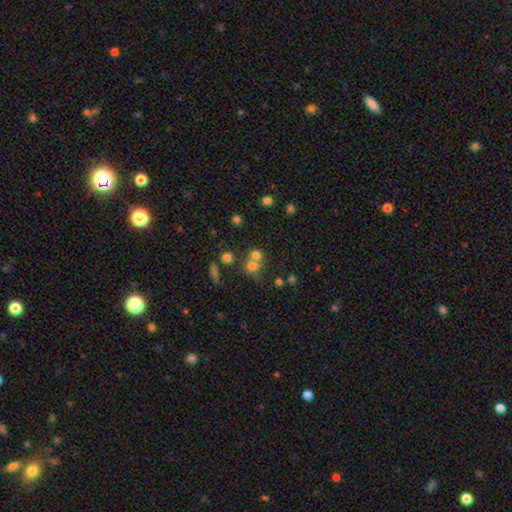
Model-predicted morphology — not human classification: Smooth or featured? Predicted: smooth (p=0.68). How rounded? Predicted: round (p=0.81). Merging? Predicted: merger (p=0.48).